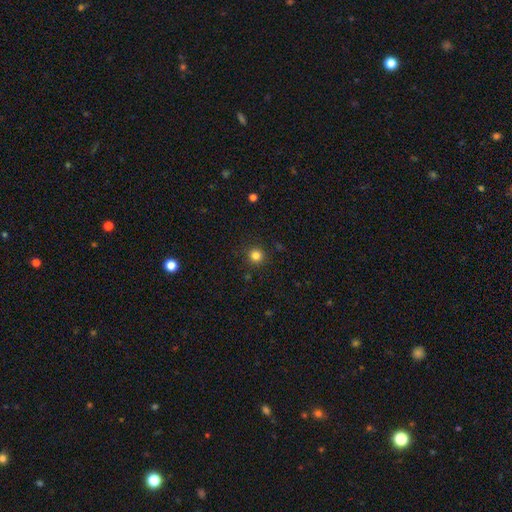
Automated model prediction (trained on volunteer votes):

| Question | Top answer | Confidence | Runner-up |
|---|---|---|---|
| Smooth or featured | smooth | 82% | star or artifact (13%) |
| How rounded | round | 94% | in between (5%) |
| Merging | none | 91% | minor disturbance (6%) |